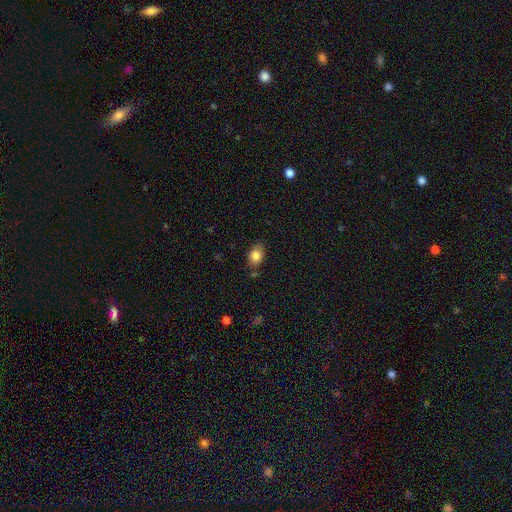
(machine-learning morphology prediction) The model was most divided on "how rounded": in between: 73%, round: 26%, cigar-shaped: 1%. More confident: smooth or featured — smooth (83%); merging — none (73%).